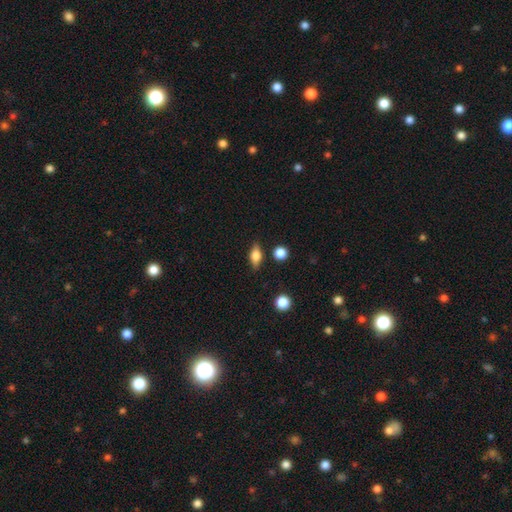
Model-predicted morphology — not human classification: A smooth galaxy with no disk features (64%) that is in between round and cigar-shaped (71%). Merging: none (81%).